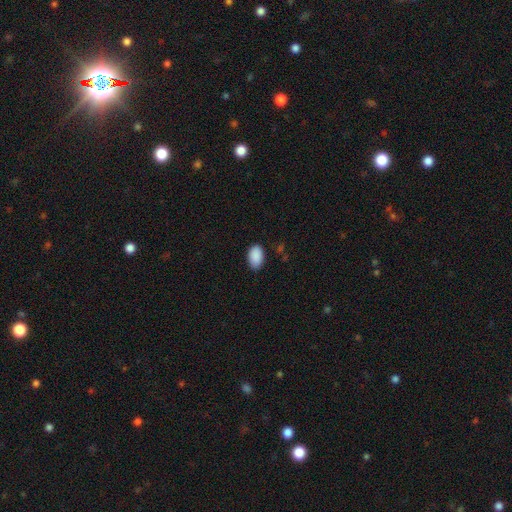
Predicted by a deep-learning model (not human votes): A smooth galaxy with no disk features (90%) that is in between round and cigar-shaped (92%). Merging: none (84%).